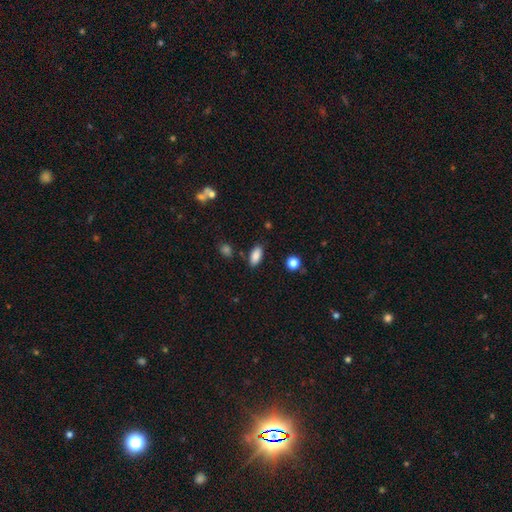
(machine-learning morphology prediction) A smooth galaxy with no disk features (86%) that is in between round and cigar-shaped (87%).

Vote fractions:
- Smooth or featured? smooth: 86% / star or artifact: 8% / featured or disk: 6%
- How rounded? in between: 87% / cigar-shaped: 10% / round: 3%
- Merging? none: 84% / minor disturbance: 11% / merger: 3% / major disturbance: 3%